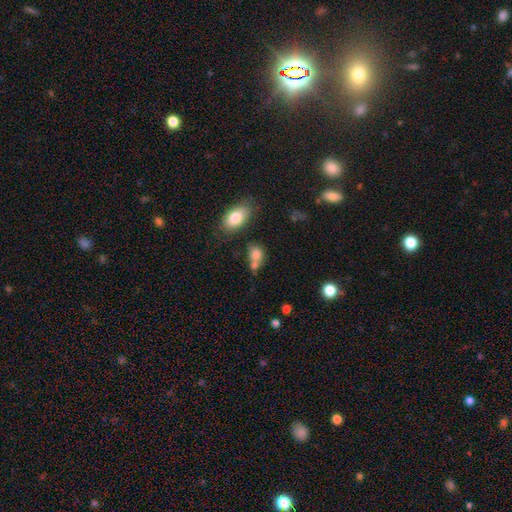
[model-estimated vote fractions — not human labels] Q: Smooth or featured?
A: smooth (78%); runner-up: featured or disk (11%)
Q: How rounded?
A: in between (54%); runner-up: round (43%)
Q: Merging?
A: merger (45%); runner-up: none (36%)